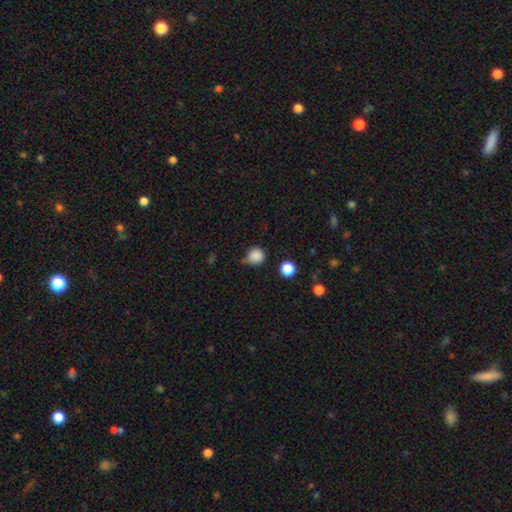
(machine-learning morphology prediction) smooth_or_featured: smooth (p=0.84) [alt: star or artifact p=0.11]
how_rounded: round (p=0.89) [alt: in between p=0.10]
merging: none (p=0.57) [alt: minor disturbance p=0.31]